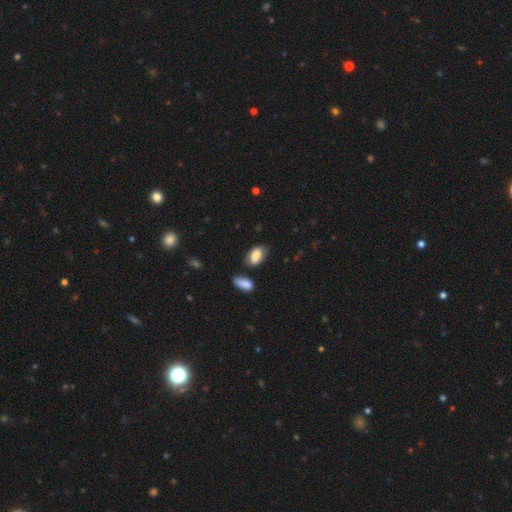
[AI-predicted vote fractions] Smooth or featured? Predicted: smooth (p=0.82). How rounded? Predicted: in between (p=0.91). Merging? Predicted: none (p=0.66).